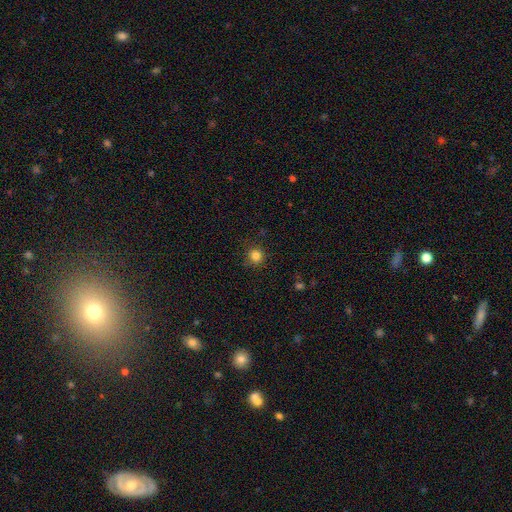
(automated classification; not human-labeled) Smooth or featured? Predicted: smooth (p=0.83). How rounded? Predicted: round (p=0.94). Merging? Predicted: none (p=0.89).